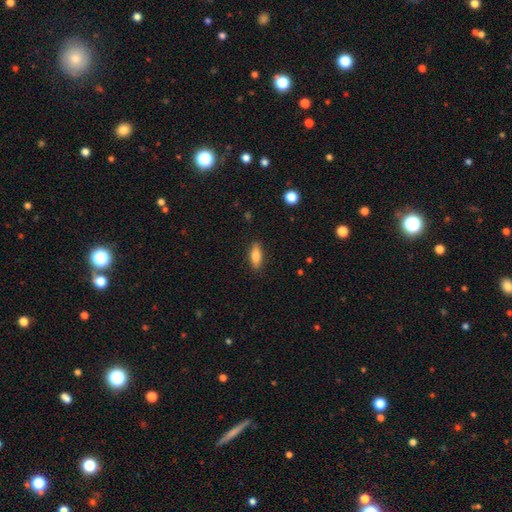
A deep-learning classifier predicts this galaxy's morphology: Smooth or featured?
  - smooth: 79% *
  - featured or disk: 15%
  - star or artifact: 7%
How rounded?
  - in between: 68% *
  - cigar-shaped: 30%
  - round: 3%
Merging?
  - none: 87% *
  - minor disturbance: 9%
  - major disturbance: 2%
  - merger: 1%